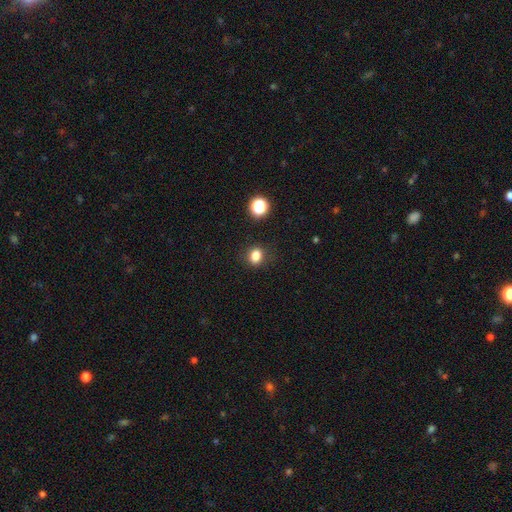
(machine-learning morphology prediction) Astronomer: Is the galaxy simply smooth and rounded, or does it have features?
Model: smooth — 83%.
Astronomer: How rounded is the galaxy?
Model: in between — 52% (runner-up: round, 46%).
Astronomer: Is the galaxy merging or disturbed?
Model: none — 85%.